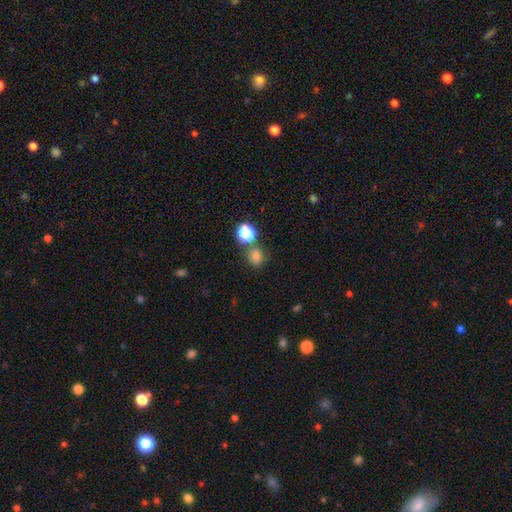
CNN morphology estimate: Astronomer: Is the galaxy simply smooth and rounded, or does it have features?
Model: smooth — 74%.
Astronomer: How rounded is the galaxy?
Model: round — 73%.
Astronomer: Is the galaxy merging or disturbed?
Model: none — 70%.